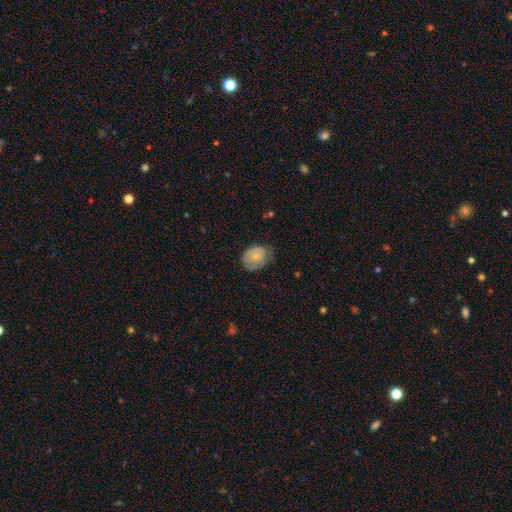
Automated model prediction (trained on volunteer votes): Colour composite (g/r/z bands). It shows a smooth galaxy with no disk features (61%) that is in between round and cigar-shaped (60%). Merging: none (53%).